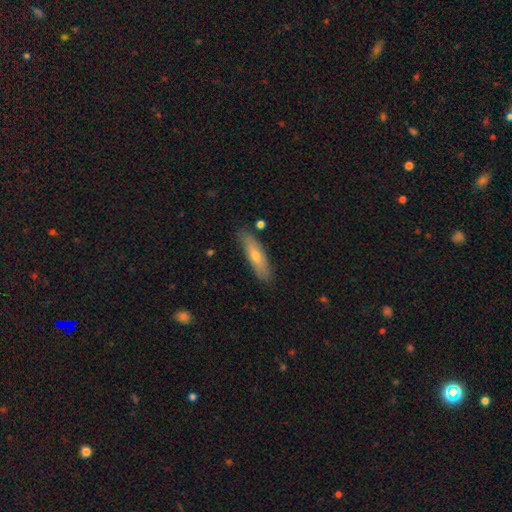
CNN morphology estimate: The model was most divided on "smooth or featured": smooth: 57%, featured or disk: 37%, star or artifact: 7%. More confident: merging — none (84%); how rounded — cigar-shaped (66%).